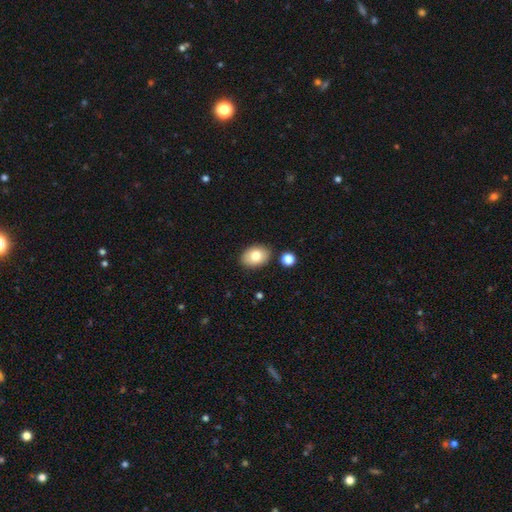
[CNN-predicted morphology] Overall: smooth (79%). How rounded: in between (81%). Merging: none (84%).